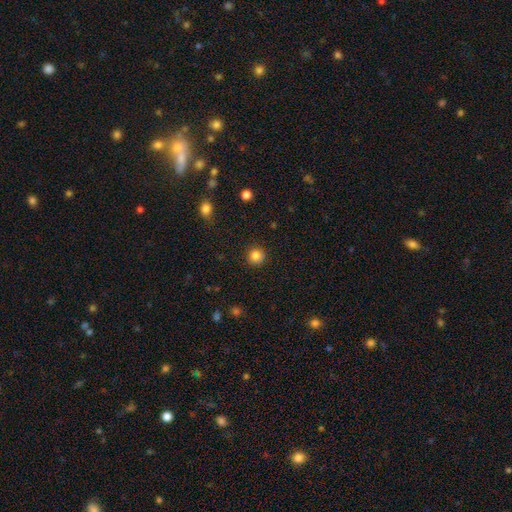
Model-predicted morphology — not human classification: Smooth or featured?
  - smooth: 84% *
  - star or artifact: 11%
  - featured or disk: 5%
How rounded?
  - round: 93% *
  - in between: 6%
  - cigar-shaped: 1%
Merging?
  - none: 90% *
  - minor disturbance: 6%
  - major disturbance: 2%
  - merger: 1%